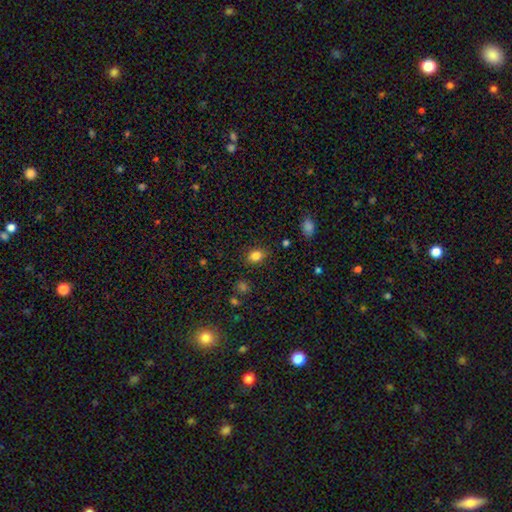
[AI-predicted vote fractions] This appears to be a smooth galaxy with no disk features (82%) that is in between round and cigar-shaped (69%). Merging: none (84%).